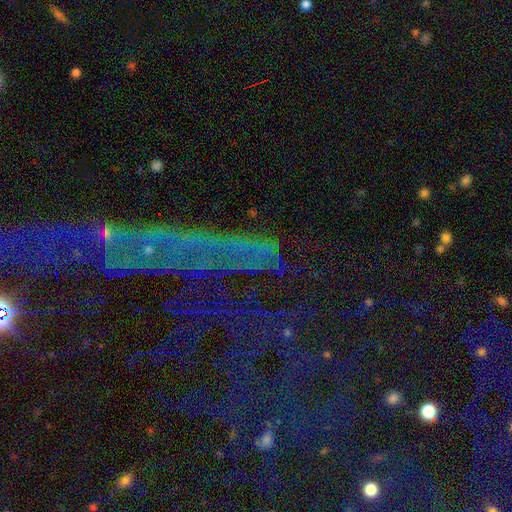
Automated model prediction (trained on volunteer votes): A star or artifact, not a galaxy (75%).

Vote fractions:
- Smooth or featured? star or artifact: 75% / featured or disk: 13% / smooth: 12%